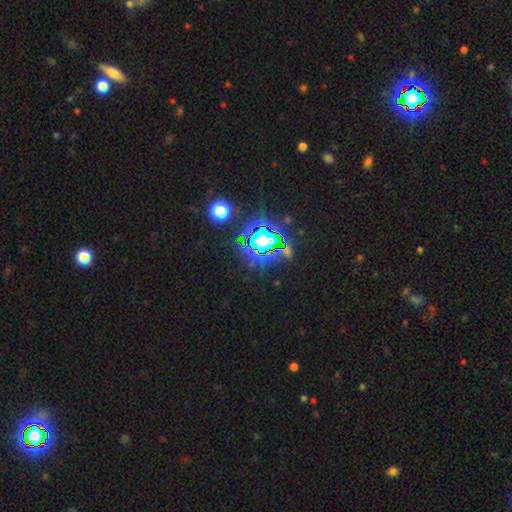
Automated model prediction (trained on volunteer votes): Smooth or featured? star or artifact (83%)